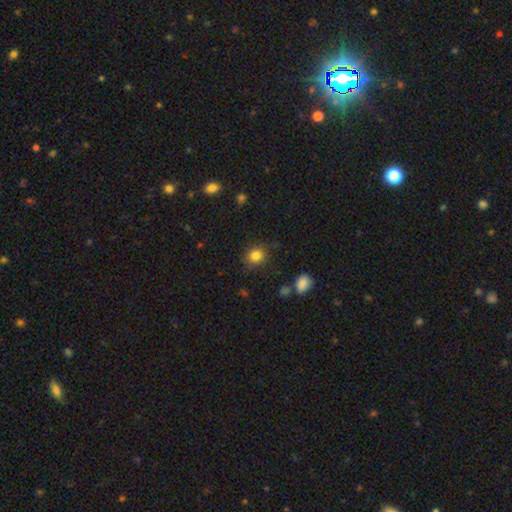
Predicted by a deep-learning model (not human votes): smooth 84%, star or artifact 11%, featured or disk 5%. Down the decision tree: how rounded — round (78%); merging — none (83%).